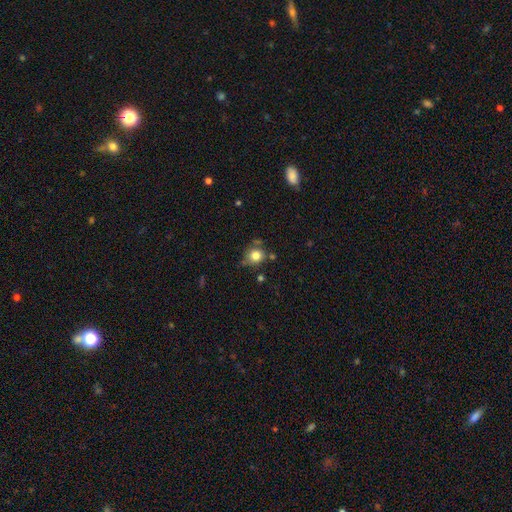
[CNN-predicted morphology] Q: Smooth or featured?
A: smooth (81%); runner-up: star or artifact (11%)
Q: How rounded?
A: round (84%); runner-up: in between (15%)
Q: Merging?
A: none (68%); runner-up: minor disturbance (18%)